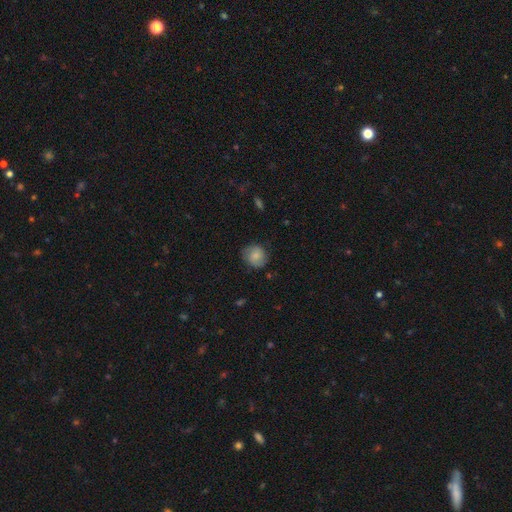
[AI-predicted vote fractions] A smooth galaxy with no disk features (68%) that is round (83%). Merging: none (77%).